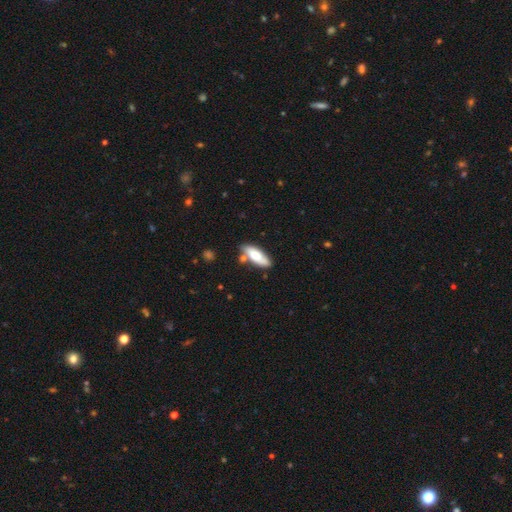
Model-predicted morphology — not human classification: Smooth or featured?
  - smooth: 72% *
  - featured or disk: 22%
  - star or artifact: 6%
How rounded?
  - in between: 67% *
  - cigar-shaped: 31%
  - round: 2%
Merging?
  - none: 71% *
  - minor disturbance: 16%
  - merger: 9%
  - major disturbance: 3%